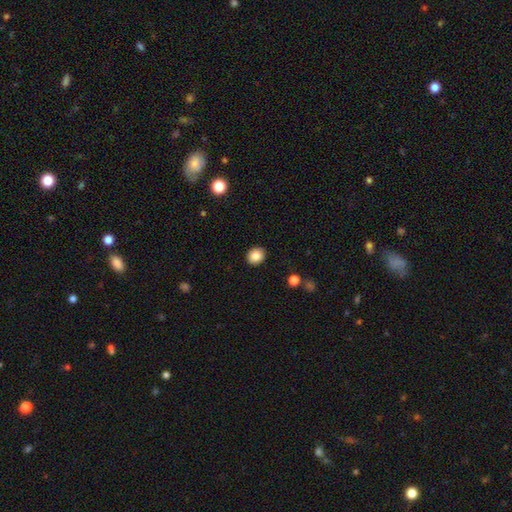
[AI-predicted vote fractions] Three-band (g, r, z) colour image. It shows a smooth galaxy with no disk features (85%) that is round (74%). Merging: none (91%).